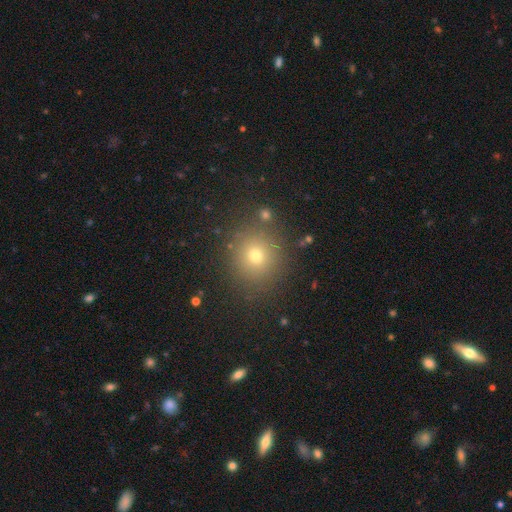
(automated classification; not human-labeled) Smooth or featured? Predicted: smooth (p=0.70). How rounded? Predicted: round (p=0.87). Merging? Predicted: none (p=0.85).